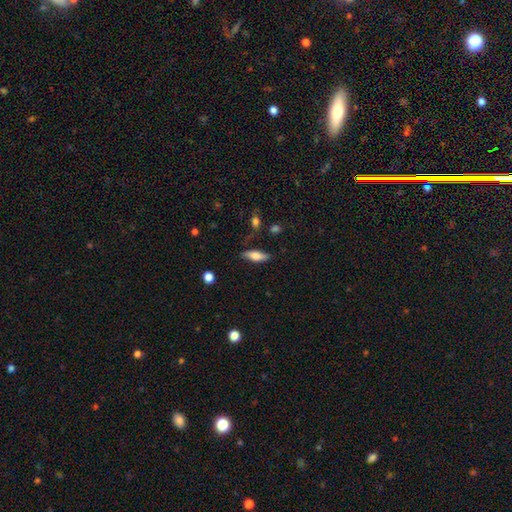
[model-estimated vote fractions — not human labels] smooth_or_featured: smooth (p=0.68) [alt: featured or disk p=0.25]
how_rounded: in between (p=0.65) [alt: cigar-shaped p=0.33]
merging: none (p=0.75) [alt: minor disturbance p=0.18]